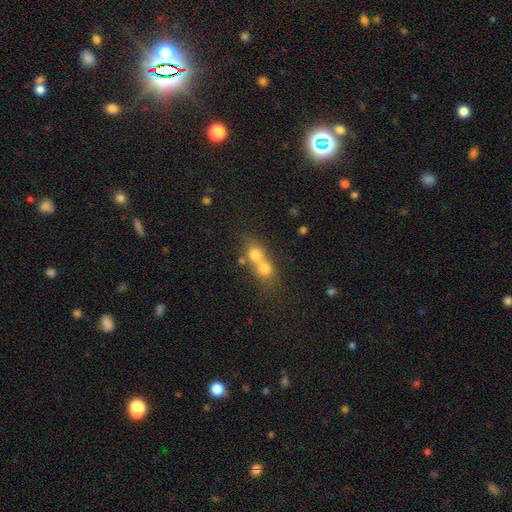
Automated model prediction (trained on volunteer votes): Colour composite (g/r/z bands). It shows a smooth galaxy with no disk features (65%) that is round (63%). Merging: merger (72%).